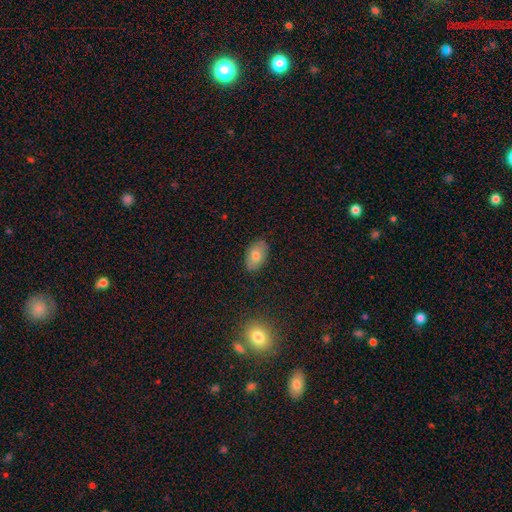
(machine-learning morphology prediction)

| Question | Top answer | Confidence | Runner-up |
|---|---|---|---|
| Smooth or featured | smooth | 76% | featured or disk (15%) |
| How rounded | in between | 92% | round (7%) |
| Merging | none | 85% | minor disturbance (11%) |